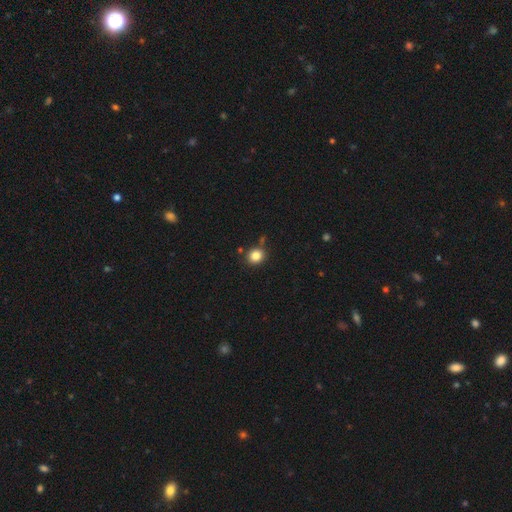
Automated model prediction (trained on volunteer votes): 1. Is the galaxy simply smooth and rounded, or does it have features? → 84% smooth, 11% star or artifact, 5% featured or disk.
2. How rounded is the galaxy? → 80% round, 19% in between, 1% cigar-shaped.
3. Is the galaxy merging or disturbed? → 81% none, 10% minor disturbance, 6% merger, 3% major disturbance.